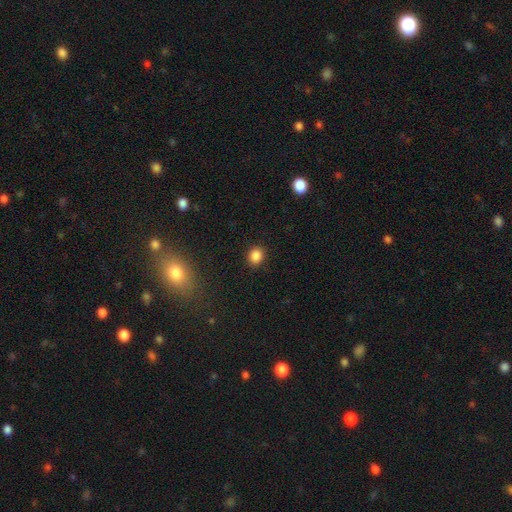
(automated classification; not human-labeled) This is clearly a smooth galaxy (86%). How rounded: likely round (67%). Merging: clearly none (89%).